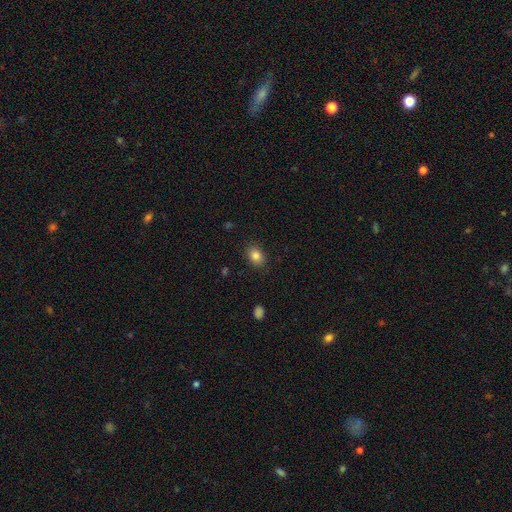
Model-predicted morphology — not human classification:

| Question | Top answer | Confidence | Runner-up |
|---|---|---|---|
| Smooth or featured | smooth | 84% | star or artifact (10%) |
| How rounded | in between | 69% | round (30%) |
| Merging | none | 86% | minor disturbance (10%) |